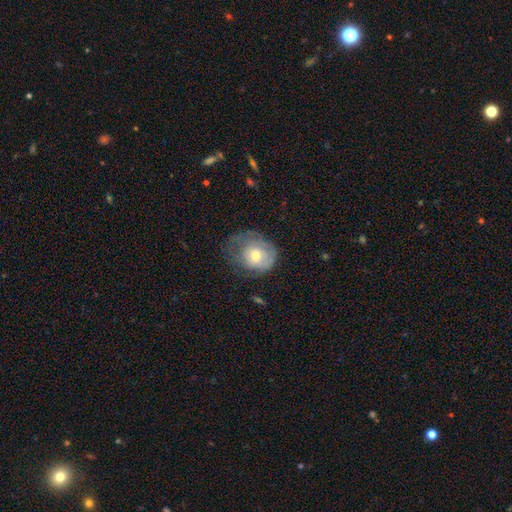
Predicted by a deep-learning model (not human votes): Morphology: type=smooth (59%); roundness=round (59%); merging=none (37%).